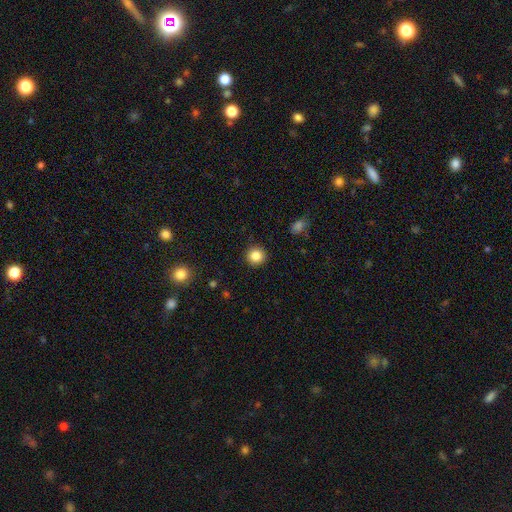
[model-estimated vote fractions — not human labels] Overall: smooth (84%). How rounded: round (94%). Merging: none (91%).